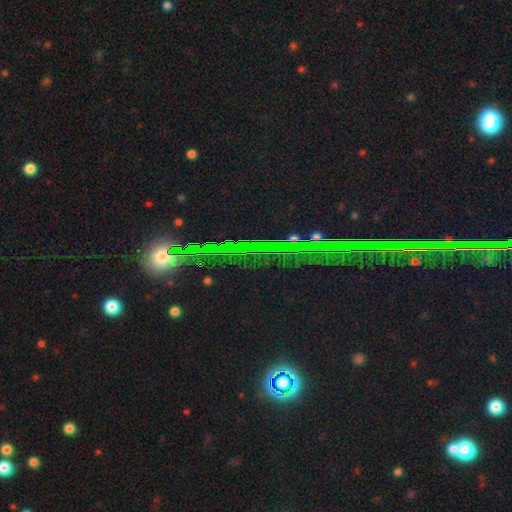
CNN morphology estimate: smooth_or_featured: star or artifact (p=0.78) [alt: featured or disk p=0.11]